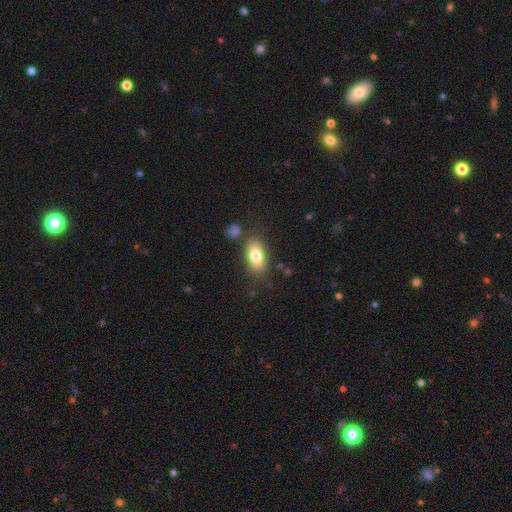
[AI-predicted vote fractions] This appears to be a smooth galaxy with no disk features (79%) that is in between round and cigar-shaped (90%). Merging: none (79%).